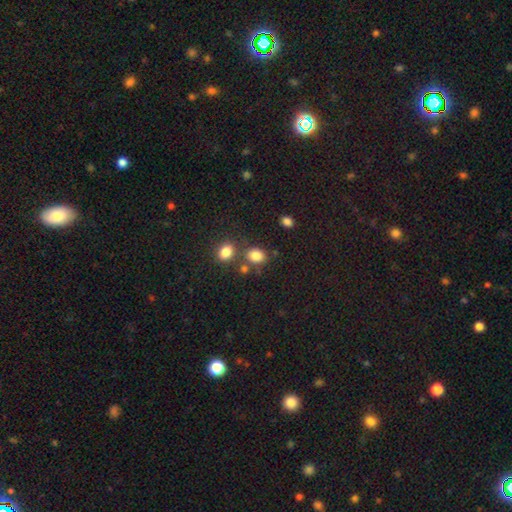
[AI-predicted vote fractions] This is clearly a smooth galaxy (82%). How rounded: possibly in between (54%). Merging: likely none (64%).